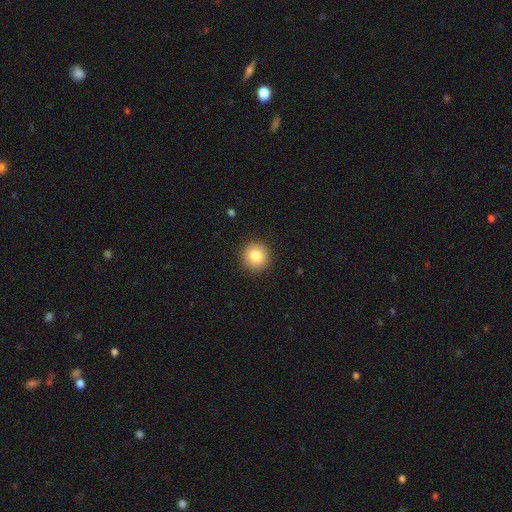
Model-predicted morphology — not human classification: smooth_or_featured: smooth (p=0.83) [alt: star or artifact p=0.09]
how_rounded: round (p=0.94) [alt: in between p=0.05]
merging: none (p=0.92) [alt: minor disturbance p=0.05]